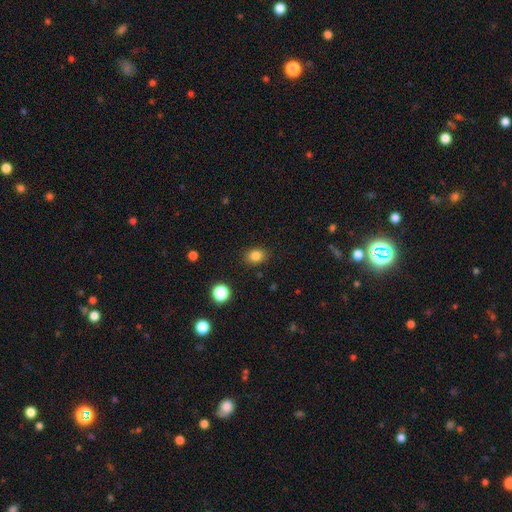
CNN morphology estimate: This appears to be a smooth galaxy with no disk features (83%) that is in between round and cigar-shaped (59%). Merging: none (87%).